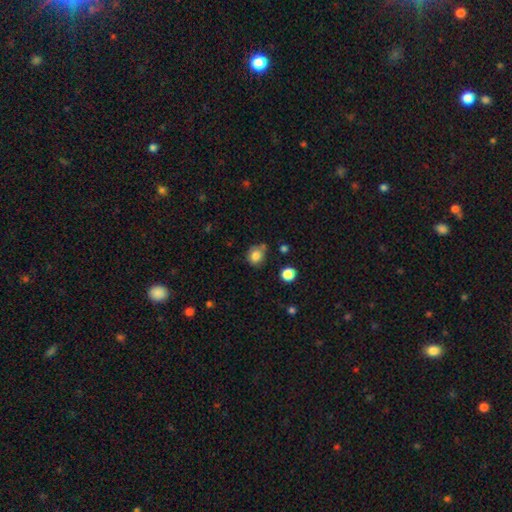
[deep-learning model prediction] The model was most divided on "merging": none: 60%, minor disturbance: 27%, major disturbance: 7%, merger: 6%. More confident: smooth or featured — smooth (81%); how rounded — round (68%).